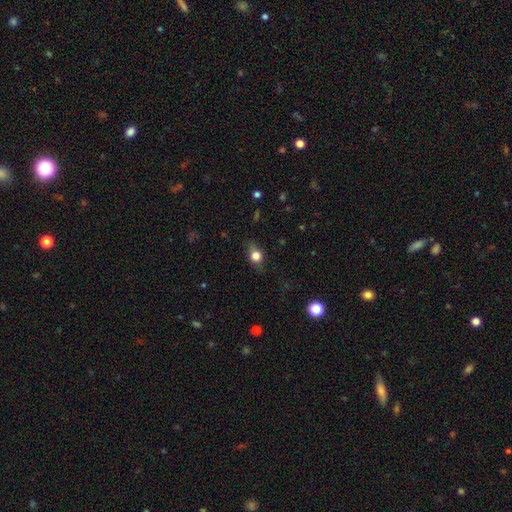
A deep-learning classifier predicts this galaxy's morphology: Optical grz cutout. It shows a smooth galaxy with no disk features (70%) that is round (50%). Merging: none (72%).